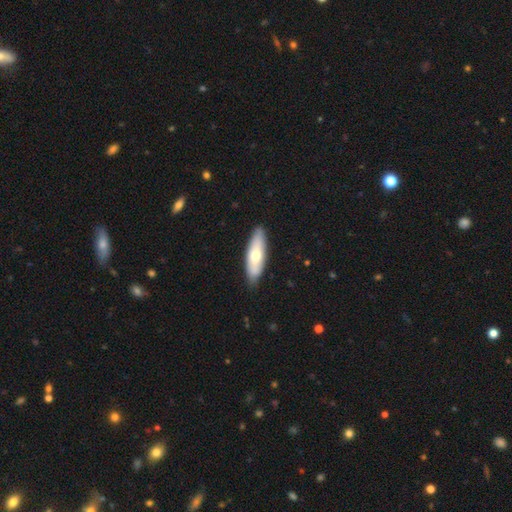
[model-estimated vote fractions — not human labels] A smooth galaxy with no disk features (60%) that is in between round and cigar-shaped (56%).

Vote fractions:
- Smooth or featured? smooth: 60% / featured or disk: 35% / star or artifact: 5%
- How rounded? in between: 56% / cigar-shaped: 42% / round: 2%
- Merging? none: 84% / minor disturbance: 13% / major disturbance: 2% / merger: 1%